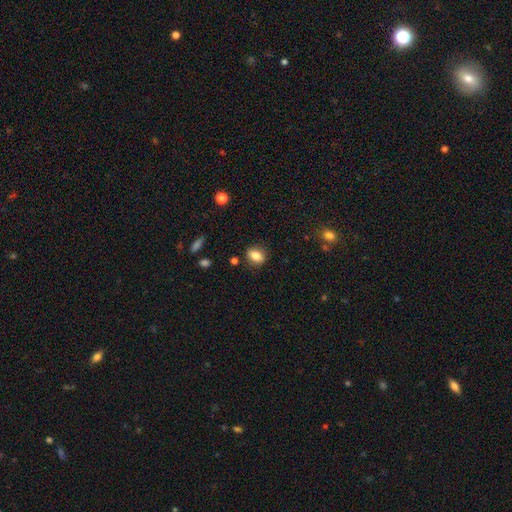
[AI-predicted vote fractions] This is clearly a smooth galaxy (82%). How rounded: likely in between (62%). Merging: clearly none (83%).